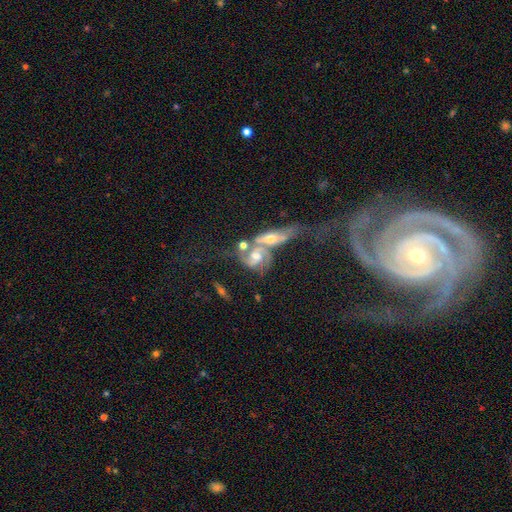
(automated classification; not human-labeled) The model was most divided on "spiral winding": medium: 48%, tight: 32%, loose: 20%. More confident: edge-on disk — no (93%); spiral arms — yes (93%); smooth or featured — featured or disk (81%); spiral arm count — 2 (79%); merging — merger (63%); bulge size — moderate (62%); bar — no (52%).